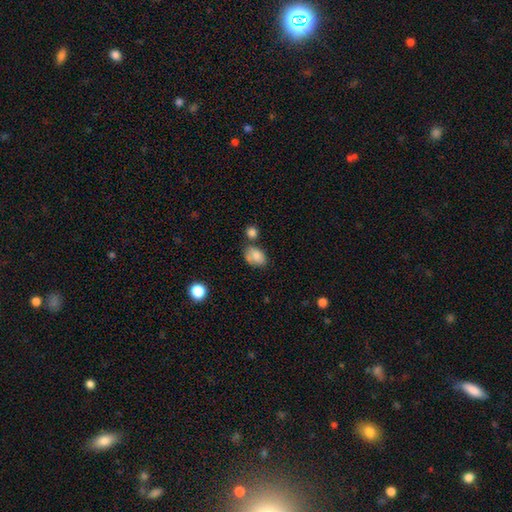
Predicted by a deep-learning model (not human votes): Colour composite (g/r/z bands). It shows a smooth galaxy with no disk features (78%) that is in between round and cigar-shaped (79%). Merging: none (50%).